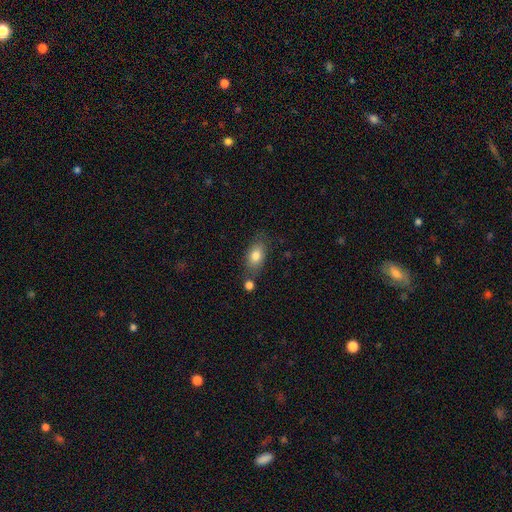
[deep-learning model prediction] This appears to be a smooth galaxy with no disk features (80%) that is in between round and cigar-shaped (86%). Merging: none (68%).